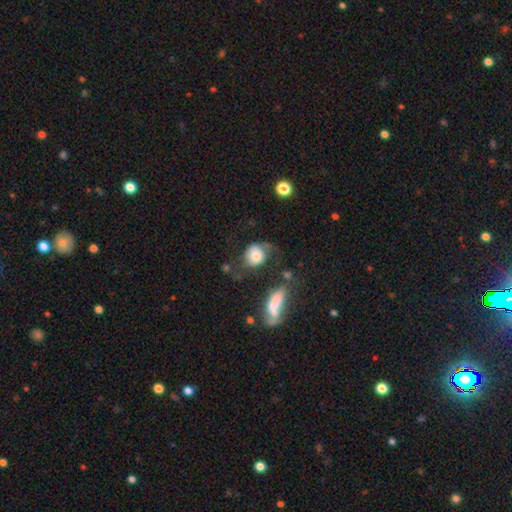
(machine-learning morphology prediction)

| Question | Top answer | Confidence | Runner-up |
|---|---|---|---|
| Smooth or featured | smooth | 66% | featured or disk (26%) |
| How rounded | round | 70% | in between (28%) |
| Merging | none | 36% | major disturbance (29%) |